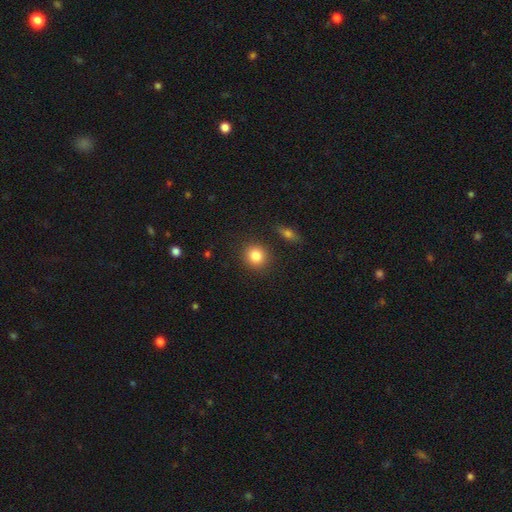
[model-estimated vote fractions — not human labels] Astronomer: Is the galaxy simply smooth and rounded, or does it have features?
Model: smooth — 84%.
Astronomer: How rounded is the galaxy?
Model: round — 84%.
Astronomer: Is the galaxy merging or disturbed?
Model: none — 88%.